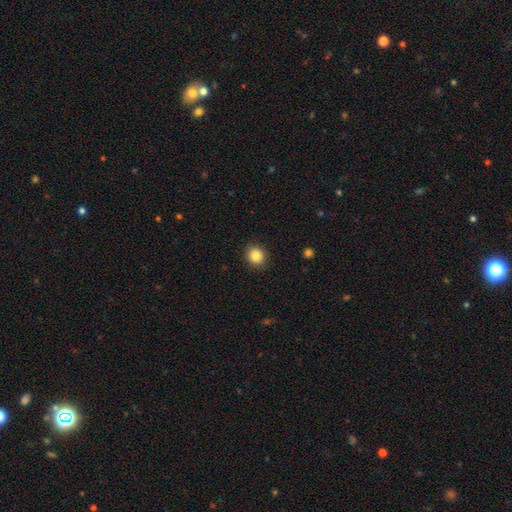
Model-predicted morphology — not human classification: smooth 85%, star or artifact 9%, featured or disk 5%. Down the decision tree: how rounded — round (80%); merging — none (91%).